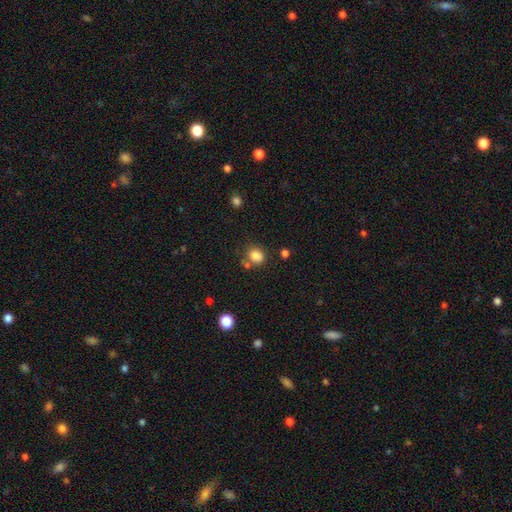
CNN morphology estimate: Smooth or featured?
  - smooth: 82% *
  - star or artifact: 12%
  - featured or disk: 6%
How rounded?
  - round: 59% *
  - in between: 40%
  - cigar-shaped: 1%
Merging?
  - none: 59% *
  - merger: 18%
  - minor disturbance: 16%
  - major disturbance: 6%